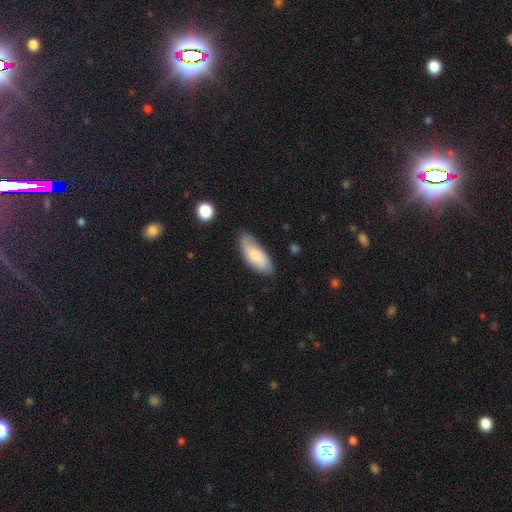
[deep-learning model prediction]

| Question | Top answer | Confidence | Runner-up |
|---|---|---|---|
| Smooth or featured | smooth | 72% | featured or disk (21%) |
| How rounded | in between | 81% | cigar-shaped (17%) |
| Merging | none | 72% | minor disturbance (22%) |